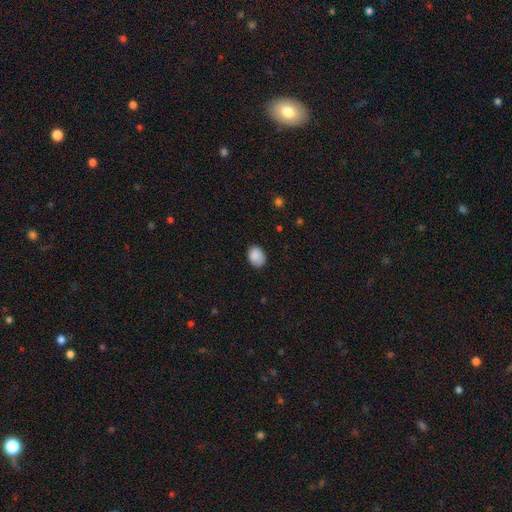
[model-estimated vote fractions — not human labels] Smooth or featured: smooth — 89% (star or artifact — 8%)
How rounded: in between — 69% (round — 30%)
Merging: none — 82% (minor disturbance — 14%)